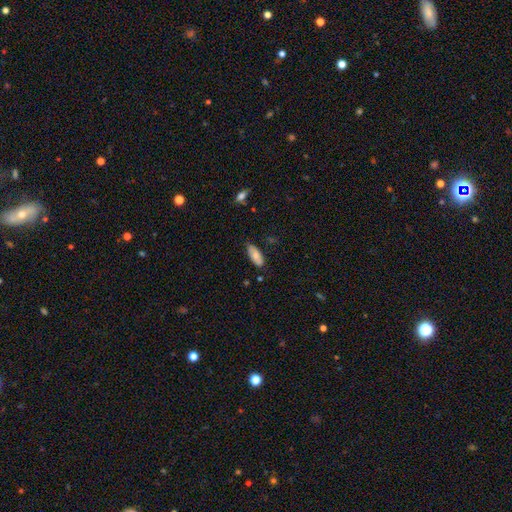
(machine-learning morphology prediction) A smooth galaxy with no disk features (76%) that is in between round and cigar-shaped (84%).

Vote fractions:
- Smooth or featured? smooth: 76% / featured or disk: 18% / star or artifact: 7%
- How rounded? in between: 84% / cigar-shaped: 14% / round: 2%
- Merging? none: 73% / minor disturbance: 22% / major disturbance: 3% / merger: 2%